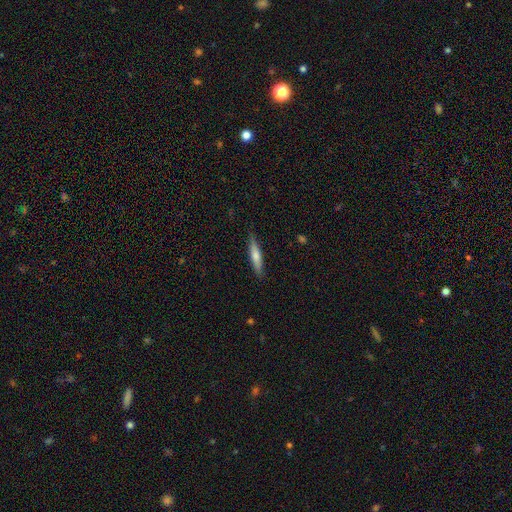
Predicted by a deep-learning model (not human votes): The model was most divided on "smooth or featured": smooth: 59%, featured or disk: 36%, star or artifact: 6%. More confident: how rounded — cigar-shaped (88%); merging — none (86%).